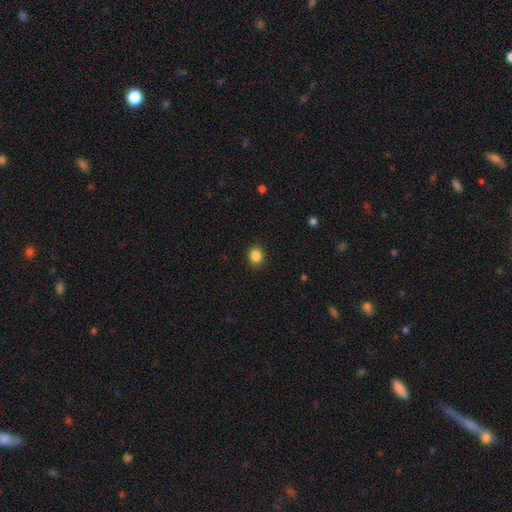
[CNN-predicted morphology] Q: Smooth or featured?
A: smooth (86%); runner-up: star or artifact (10%)
Q: How rounded?
A: round (66%); runner-up: in between (33%)
Q: Merging?
A: none (89%); runner-up: minor disturbance (8%)